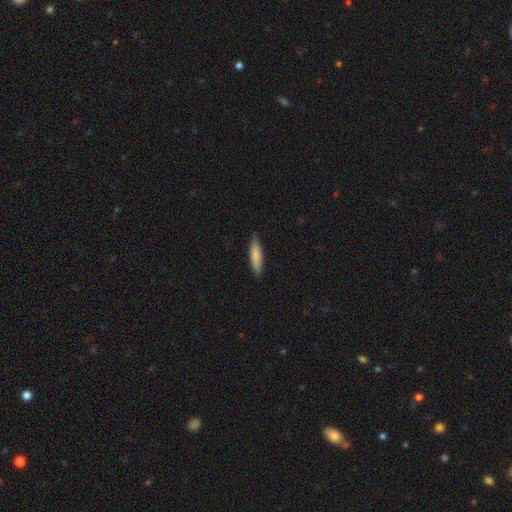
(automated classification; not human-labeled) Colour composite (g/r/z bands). It shows a smooth galaxy with no disk features (84%) that is cigar-shaped (69%). Merging: none (83%).